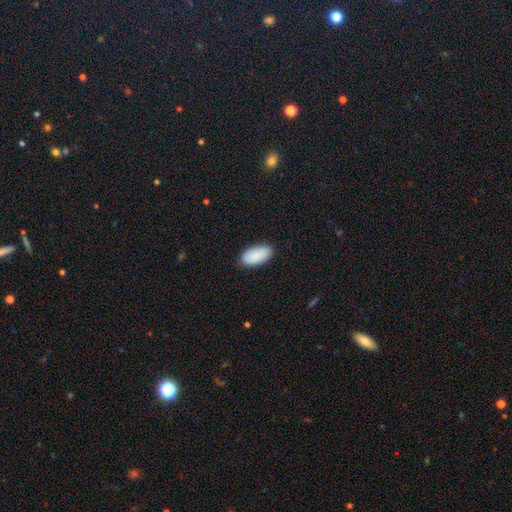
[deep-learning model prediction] A smooth galaxy with no disk features (89%) that is in between round and cigar-shaped (95%). Merging: none (87%).